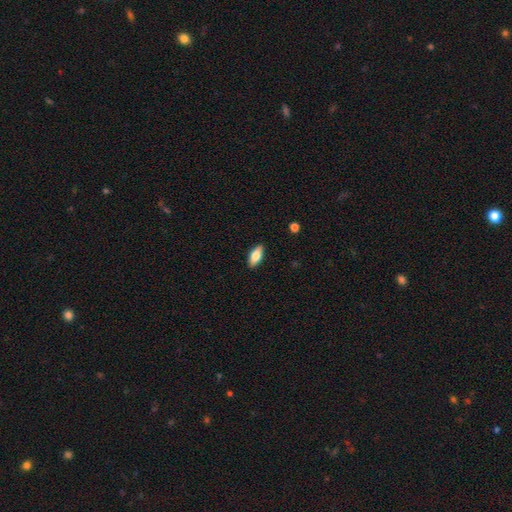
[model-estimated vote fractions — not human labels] Smooth or featured?
  - smooth: 73% *
  - featured or disk: 21%
  - star or artifact: 6%
How rounded?
  - in between: 83% *
  - cigar-shaped: 14%
  - round: 3%
Merging?
  - none: 89% *
  - minor disturbance: 8%
  - major disturbance: 2%
  - merger: 1%